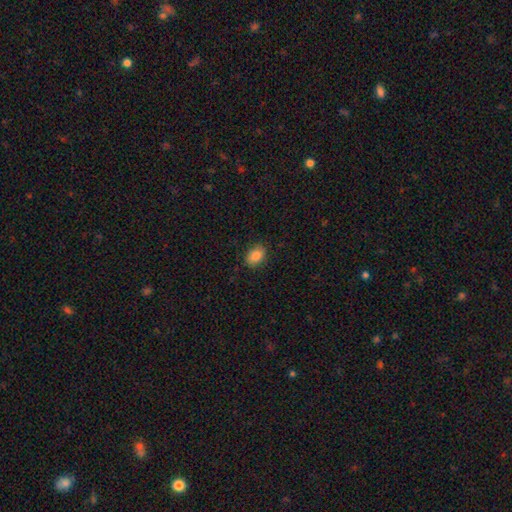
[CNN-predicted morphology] smooth-or-featured: smooth: 86% | star or artifact: 9% | featured or disk: 5%
  how-rounded: in between: 80% | round: 19% | cigar-shaped: 1%
  merging: none: 87% | minor disturbance: 10% | major disturbance: 2% | merger: 1%